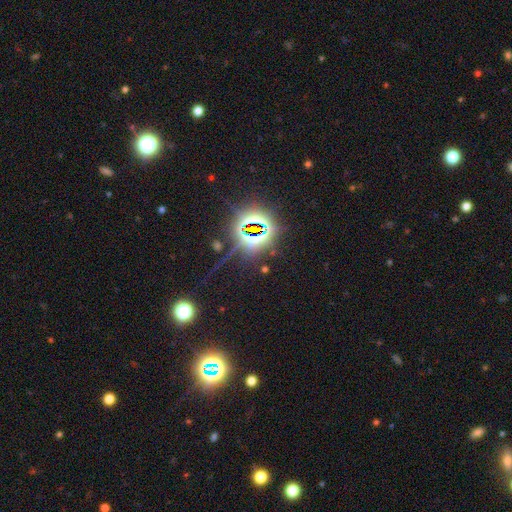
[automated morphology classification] Smooth or featured: star or artifact — 84% (smooth — 10%)